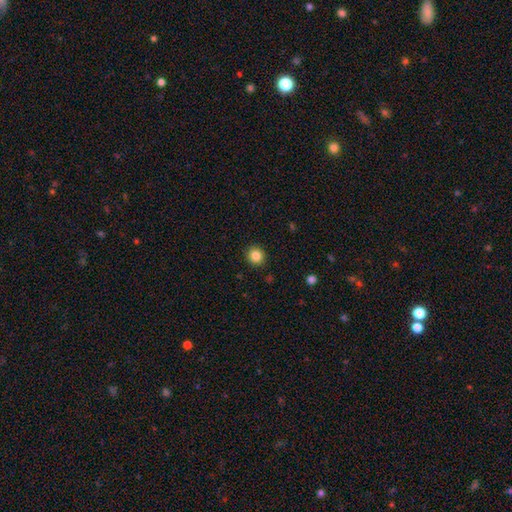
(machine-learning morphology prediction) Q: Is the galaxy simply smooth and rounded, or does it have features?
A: smooth — 85%.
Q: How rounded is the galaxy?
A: round — 91%.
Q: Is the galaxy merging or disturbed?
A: none — 92%.